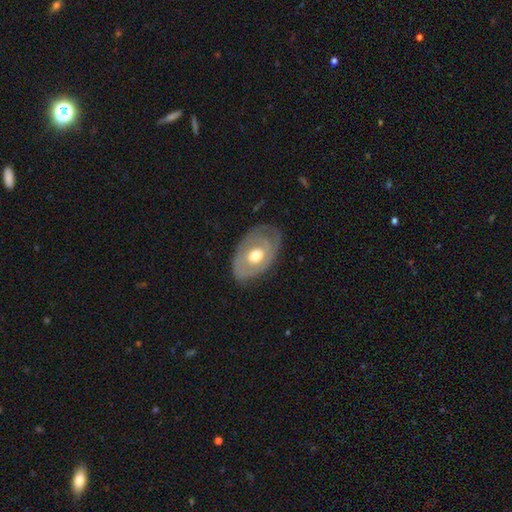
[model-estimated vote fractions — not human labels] A featured or disk galaxy (57%) with no bar (83%), no spiral arms (64%) and a moderate central bulge (72%). Merging: none (69%).